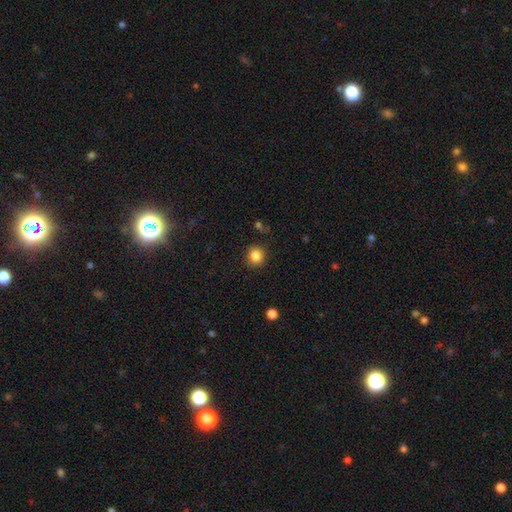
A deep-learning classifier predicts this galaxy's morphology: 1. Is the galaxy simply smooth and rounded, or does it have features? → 85% smooth, 11% star or artifact, 4% featured or disk.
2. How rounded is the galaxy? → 89% round, 10% in between, 1% cigar-shaped.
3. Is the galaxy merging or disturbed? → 88% none, 8% minor disturbance, 2% major disturbance, 2% merger.